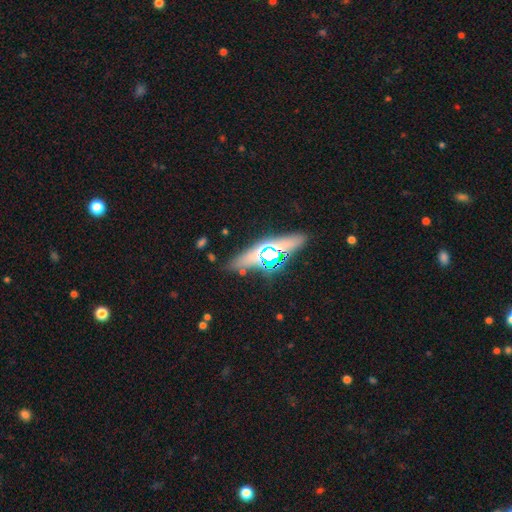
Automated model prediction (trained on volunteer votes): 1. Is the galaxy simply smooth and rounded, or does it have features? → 46% smooth, 31% star or artifact, 23% featured or disk.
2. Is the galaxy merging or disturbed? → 75% none, 15% minor disturbance, 6% major disturbance, 5% merger.